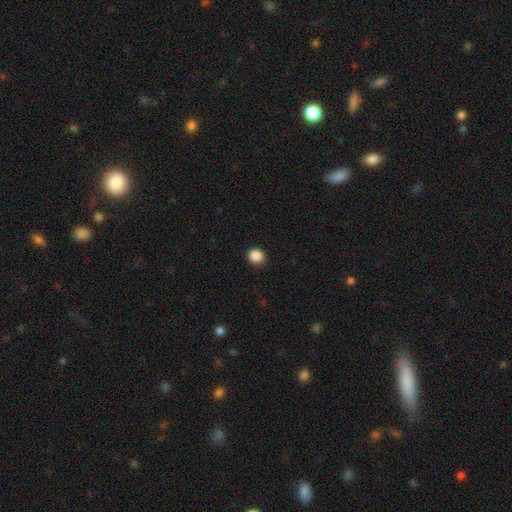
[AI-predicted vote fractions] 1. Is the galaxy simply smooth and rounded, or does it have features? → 88% smooth, 9% star or artifact, 2% featured or disk.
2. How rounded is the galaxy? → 81% round, 18% in between, 1% cigar-shaped.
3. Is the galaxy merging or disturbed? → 90% none, 7% minor disturbance, 2% major disturbance, 1% merger.